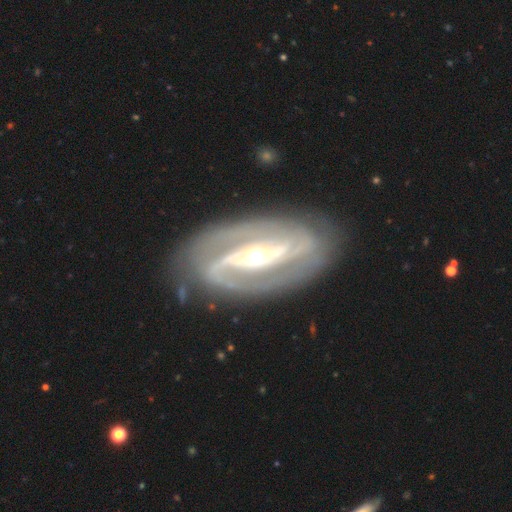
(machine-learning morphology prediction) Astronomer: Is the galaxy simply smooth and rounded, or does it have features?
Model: featured or disk — 91%.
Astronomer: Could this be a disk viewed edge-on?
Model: no — 95%.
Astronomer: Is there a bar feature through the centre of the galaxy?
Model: strong — 61%.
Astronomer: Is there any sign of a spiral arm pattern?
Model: yes — 96%.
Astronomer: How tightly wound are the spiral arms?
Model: tight — 45% (runner-up: medium, 43%).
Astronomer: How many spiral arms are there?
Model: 2 — 88%.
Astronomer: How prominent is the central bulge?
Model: moderate — 52% (runner-up: small, 42%).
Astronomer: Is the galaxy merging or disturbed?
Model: none — 82%.